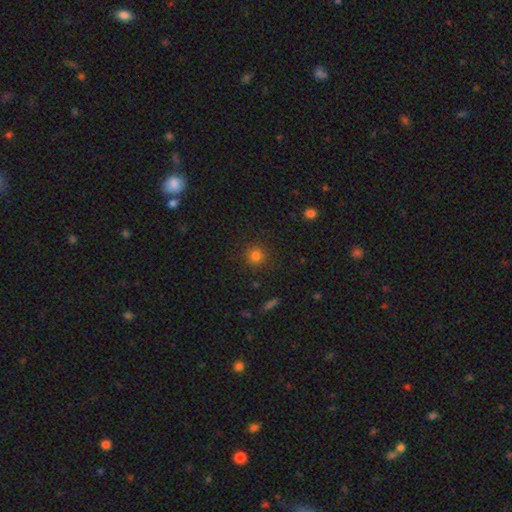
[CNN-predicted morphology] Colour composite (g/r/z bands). It shows a smooth galaxy with no disk features (79%) that is round (93%). Merging: none (89%).